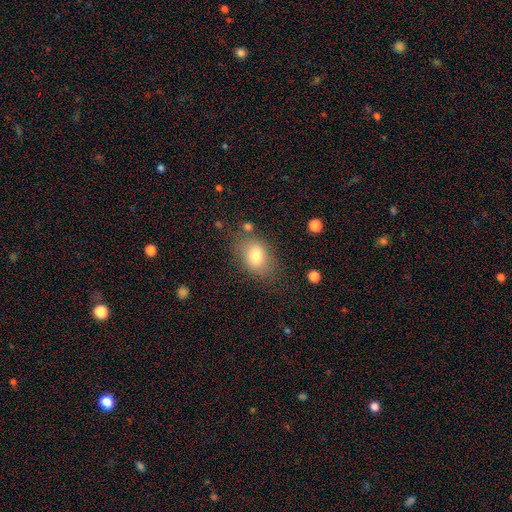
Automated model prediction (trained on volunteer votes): This is likely a smooth galaxy (77%). How rounded: likely in between (76%). Merging: likely none (70%).